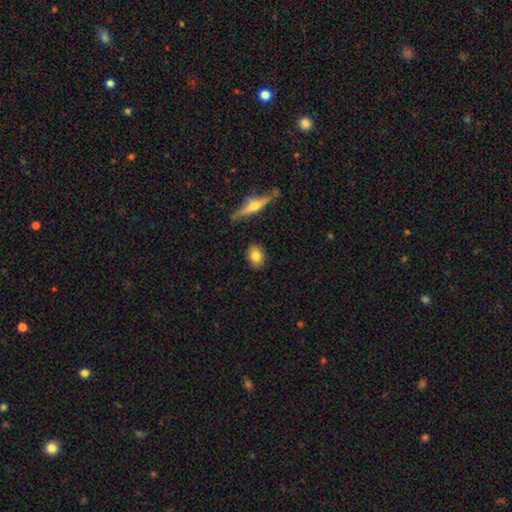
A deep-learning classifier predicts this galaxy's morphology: Smooth or featured: smooth — 79% (featured or disk — 14%)
How rounded: in between — 60% (round — 36%)
Merging: none — 86% (minor disturbance — 9%)